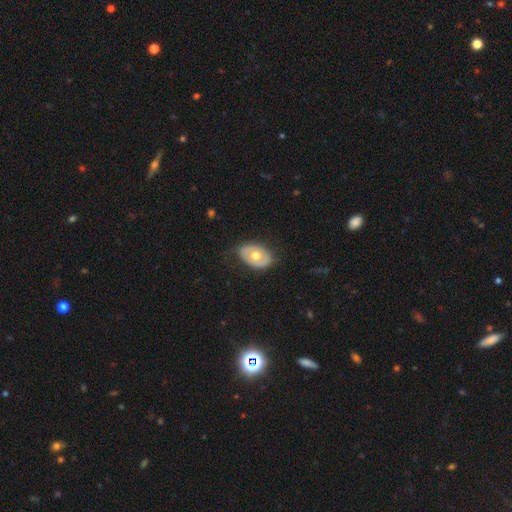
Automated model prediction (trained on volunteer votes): A smooth galaxy with no disk features (51%) that is in between round and cigar-shaped (81%).

Vote fractions:
- Smooth or featured? smooth: 51% / featured or disk: 44% / star or artifact: 5%
- How rounded? in between: 81% / round: 18% / cigar-shaped: 1%
- Merging? none: 78% / minor disturbance: 17% / major disturbance: 4% / merger: 1%